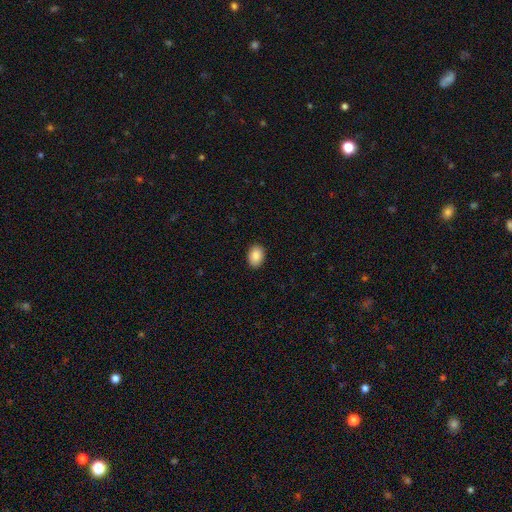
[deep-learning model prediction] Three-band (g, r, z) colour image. It shows a smooth galaxy with no disk features (88%) that is in between round and cigar-shaped (75%). Merging: none (90%).